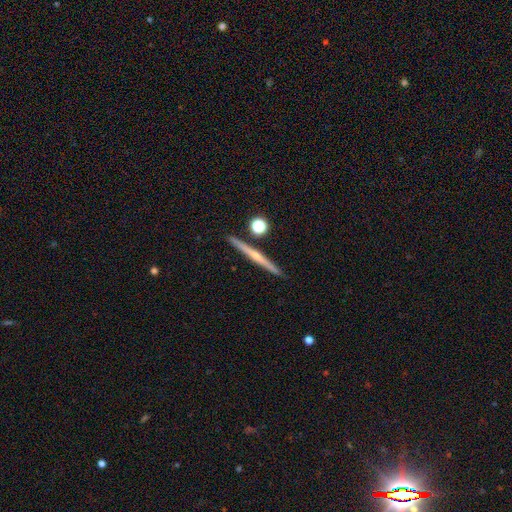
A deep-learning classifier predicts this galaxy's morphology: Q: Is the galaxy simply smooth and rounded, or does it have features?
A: featured or disk — 69%.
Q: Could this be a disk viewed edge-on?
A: yes — 98%.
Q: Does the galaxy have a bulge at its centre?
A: rounded — 73%.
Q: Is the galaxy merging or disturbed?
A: none — 89%.